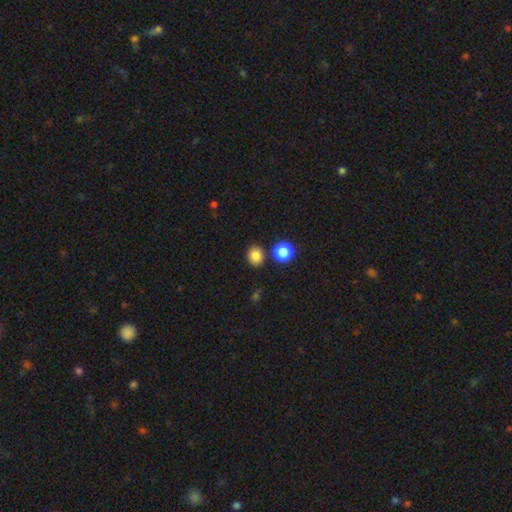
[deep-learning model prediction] Morphology: type=smooth (83%); roundness=round (69%); merging=none (80%).